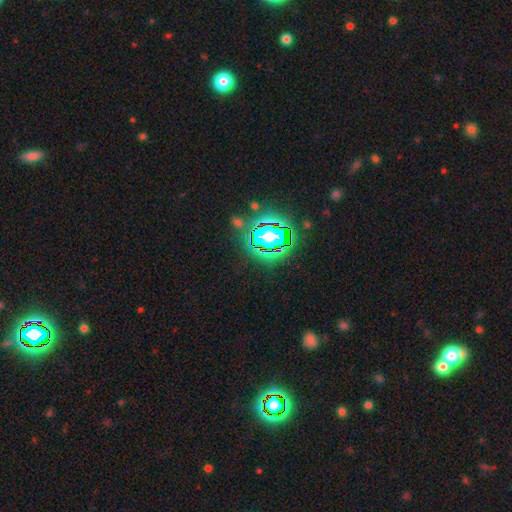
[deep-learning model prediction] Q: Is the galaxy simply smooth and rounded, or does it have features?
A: star or artifact — 82%.